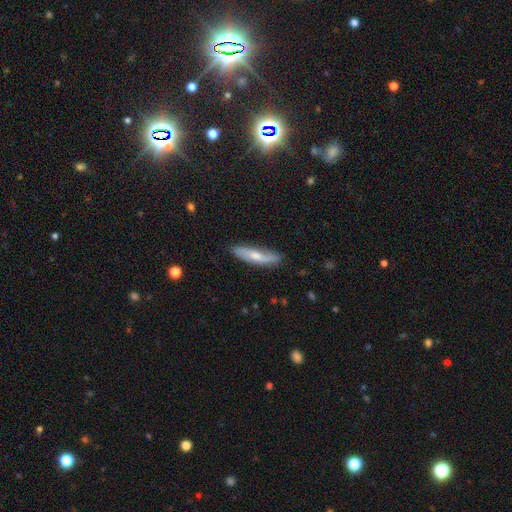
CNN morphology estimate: Smooth or featured? Predicted: smooth (p=0.49). Merging? Predicted: none (p=0.77).